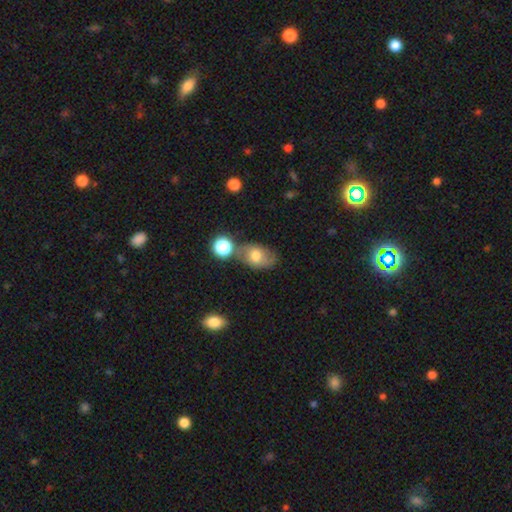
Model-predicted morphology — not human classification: A smooth galaxy with no disk features (57%) that is in between round and cigar-shaped (78%). Merging: none (53%).